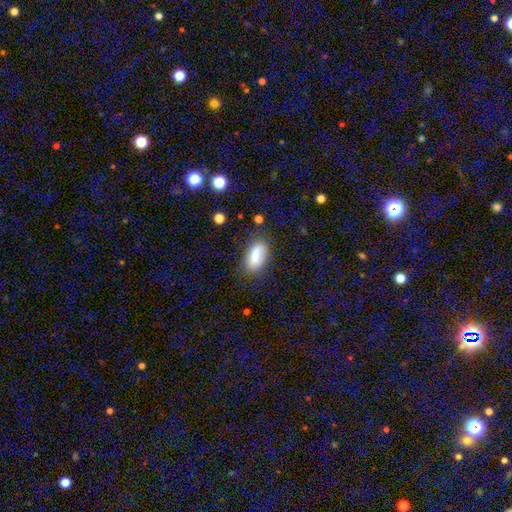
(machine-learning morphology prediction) Smooth or featured? smooth (79%)
How rounded? in between (90%)
Merging? none (76%)